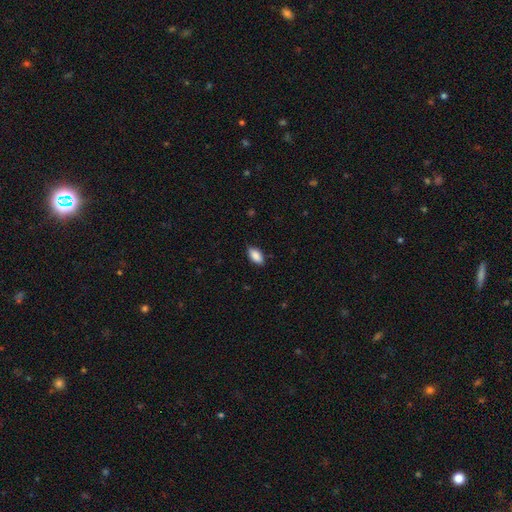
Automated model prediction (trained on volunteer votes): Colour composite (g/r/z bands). It shows a smooth galaxy with no disk features (88%) that is in between round and cigar-shaped (92%). Merging: none (85%).